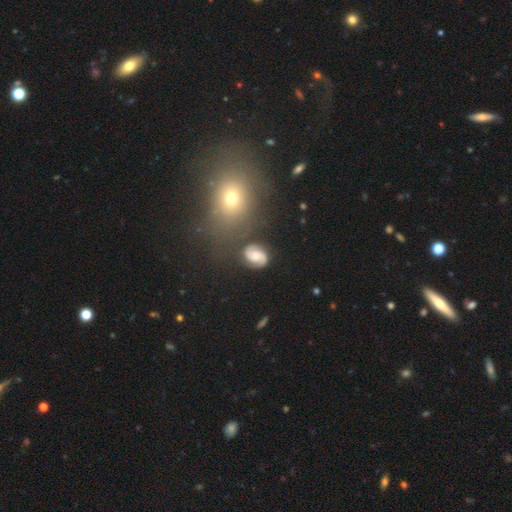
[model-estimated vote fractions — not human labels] This is likely a featured or disk galaxy (61%). It is clearly not viewed edge-on (98%). Bar: possibly no (54%). Spiral arm pattern: clearly yes (91%). Spiral arm count: clearly 2 (88%). Spiral winding: possibly medium (46%). Central bulge: possibly moderate (45%). Merging: likely none (74%).